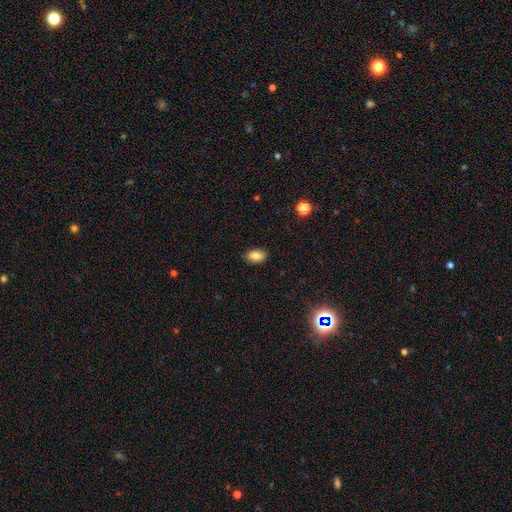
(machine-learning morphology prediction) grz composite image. It shows a smooth galaxy with no disk features (83%) that is in between round and cigar-shaped (90%). Merging: none (88%).